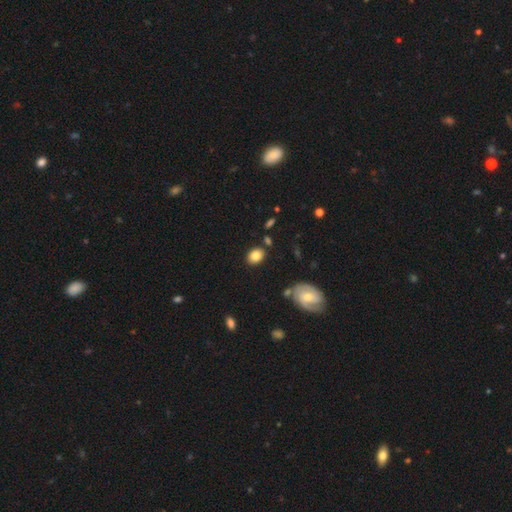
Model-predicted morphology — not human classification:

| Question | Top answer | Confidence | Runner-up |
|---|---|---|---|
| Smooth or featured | smooth | 84% | star or artifact (8%) |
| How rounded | in between | 65% | round (34%) |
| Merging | none | 81% | minor disturbance (11%) |